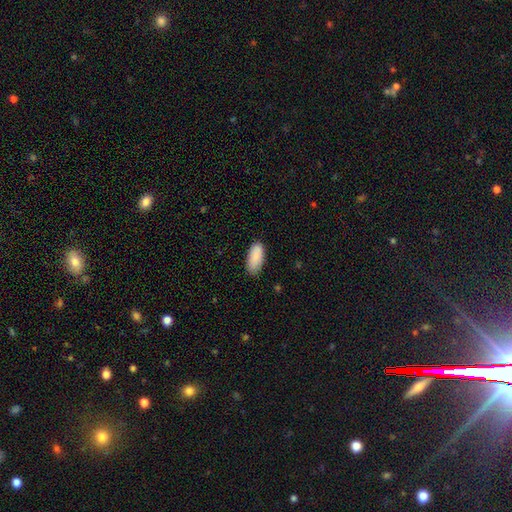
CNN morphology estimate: Overall: smooth (89%). How rounded: in between (88%). Merging: none (82%).